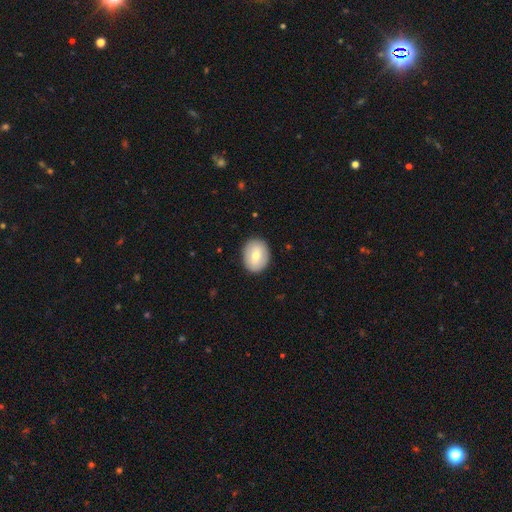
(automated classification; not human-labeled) Morphology: type=smooth (68%); roundness=in between (50%); merging=none (88%).